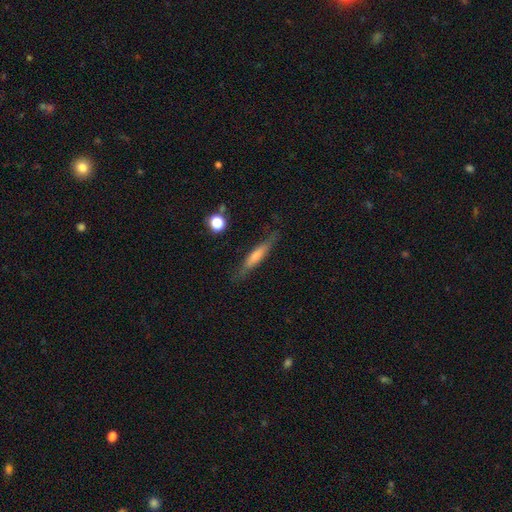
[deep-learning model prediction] This appears to be a smooth galaxy with no disk features (51%) that is cigar-shaped (89%). Merging: none (80%).